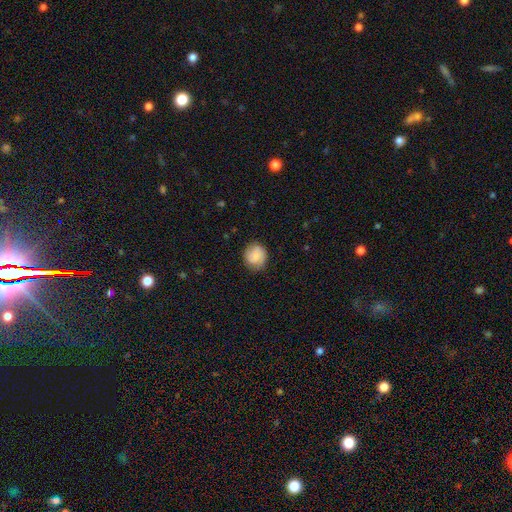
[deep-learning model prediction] The model was most divided on "smooth or featured": smooth: 62%, featured or disk: 30%, star or artifact: 8%. More confident: merging — none (80%); how rounded — round (80%).